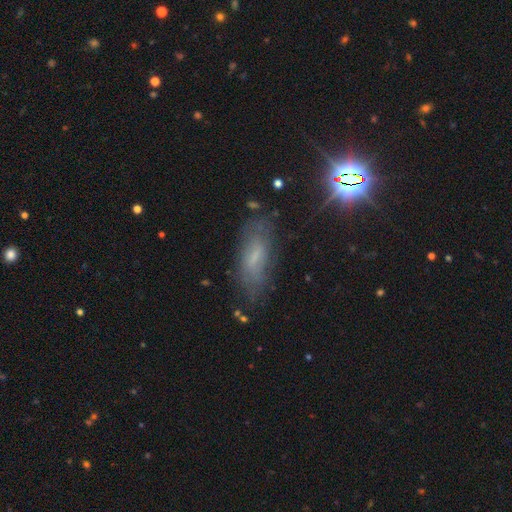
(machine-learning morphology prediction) type=smooth (41%); merging=none (70%).